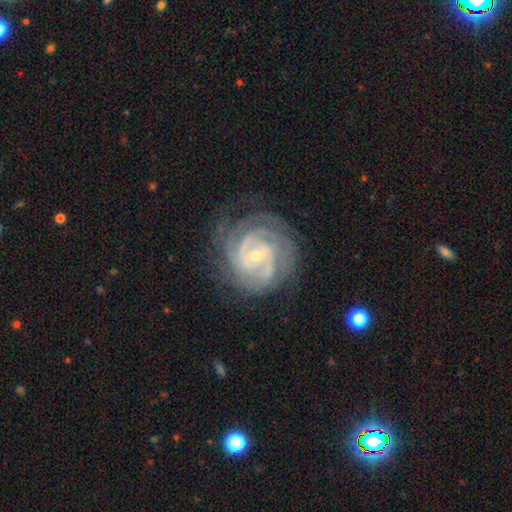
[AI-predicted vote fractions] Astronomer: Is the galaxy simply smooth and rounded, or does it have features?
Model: featured or disk — 89%.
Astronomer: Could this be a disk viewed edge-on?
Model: no — 98%.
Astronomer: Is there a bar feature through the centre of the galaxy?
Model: no — 52% (runner-up: weak, 35%).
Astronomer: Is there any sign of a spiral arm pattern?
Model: yes — 97%.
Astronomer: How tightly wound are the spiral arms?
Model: tight — 74%.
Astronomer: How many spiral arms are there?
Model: can't tell — 24% (runner-up: 3, 23%).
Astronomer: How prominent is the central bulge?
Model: small — 75%.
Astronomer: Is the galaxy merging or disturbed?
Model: none — 74%.